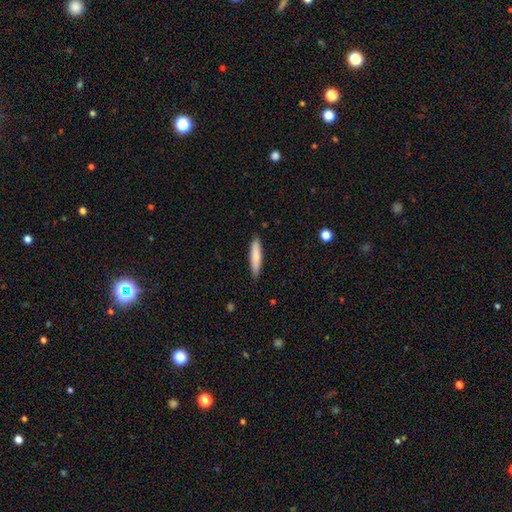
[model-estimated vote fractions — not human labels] This appears to be a smooth galaxy with no disk features (80%) that is cigar-shaped (87%). Merging: none (89%).